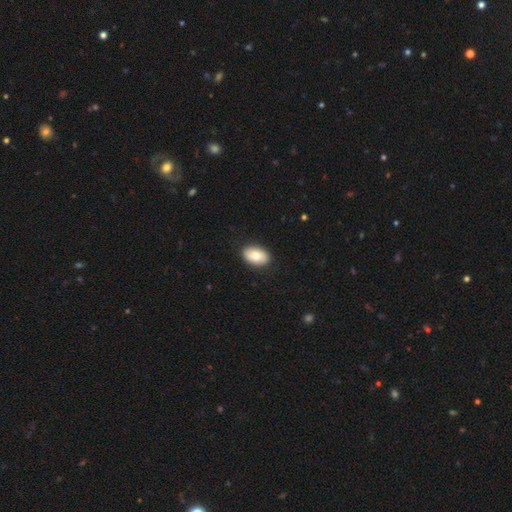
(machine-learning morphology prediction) This appears to be a smooth galaxy with no disk features (77%) that is in between round and cigar-shaped (91%). Merging: none (89%).